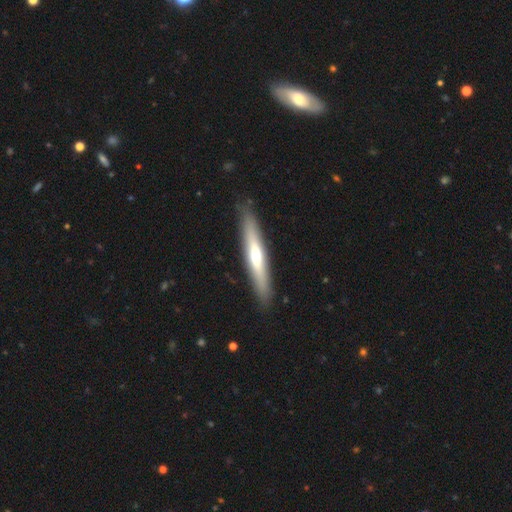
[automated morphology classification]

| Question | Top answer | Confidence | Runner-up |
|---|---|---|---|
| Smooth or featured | featured or disk | 52% | smooth (43%) |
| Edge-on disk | yes | 90% | no (10%) |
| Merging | none | 88% | minor disturbance (9%) |